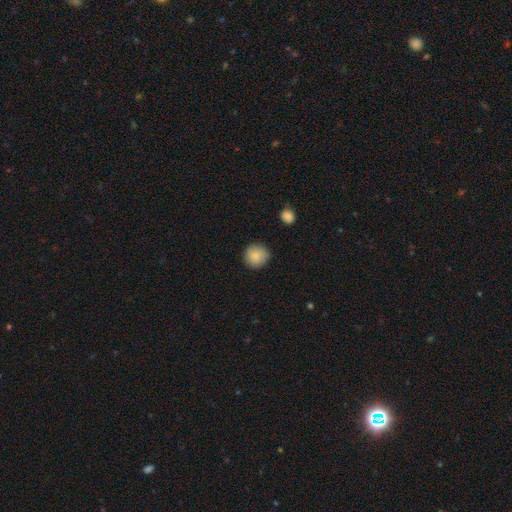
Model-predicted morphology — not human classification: This appears to be a smooth galaxy with no disk features (87%) that is round (94%). Merging: none (87%).